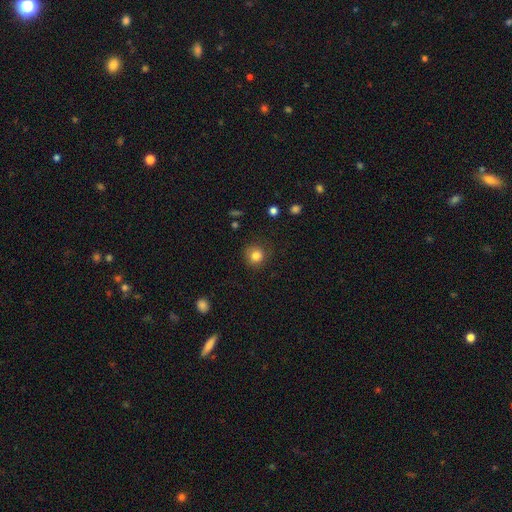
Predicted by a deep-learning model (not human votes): A smooth galaxy with no disk features (82%) that is round (91%). Merging: none (83%).